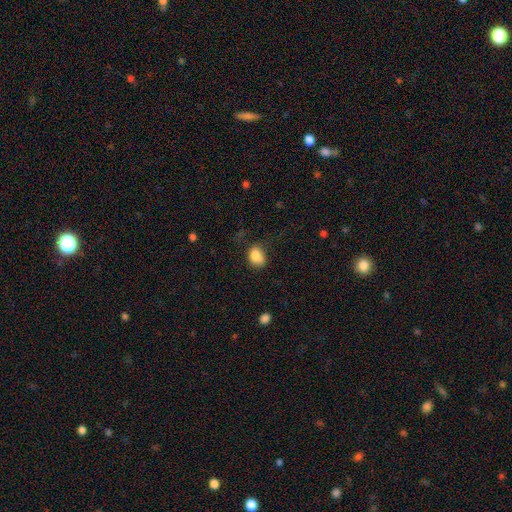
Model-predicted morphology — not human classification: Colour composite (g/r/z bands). It shows a smooth galaxy with no disk features (84%) that is in between round and cigar-shaped (70%). Merging: none (51%).